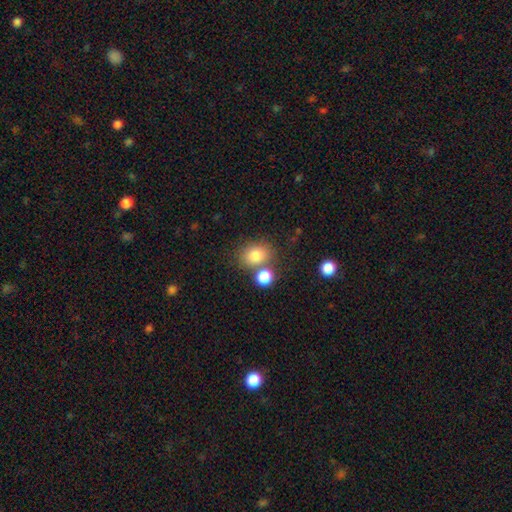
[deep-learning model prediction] This appears to be a smooth galaxy with no disk features (81%) that is round (53%). Merging: none (63%).